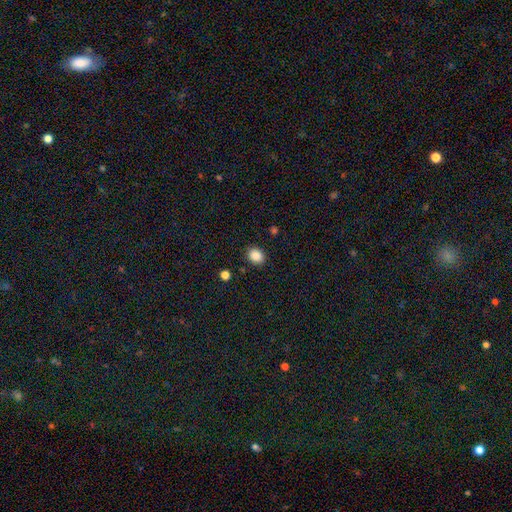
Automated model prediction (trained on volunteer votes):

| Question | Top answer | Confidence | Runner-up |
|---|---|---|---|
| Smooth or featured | smooth | 87% | star or artifact (10%) |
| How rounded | round | 54% | in between (45%) |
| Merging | none | 88% | minor disturbance (8%) |